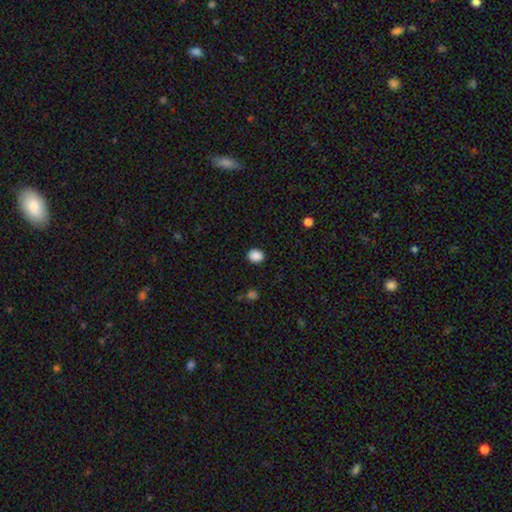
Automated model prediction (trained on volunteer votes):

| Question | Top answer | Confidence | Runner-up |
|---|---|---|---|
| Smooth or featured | smooth | 88% | star or artifact (9%) |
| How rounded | round | 58% | in between (42%) |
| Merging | none | 90% | minor disturbance (7%) |